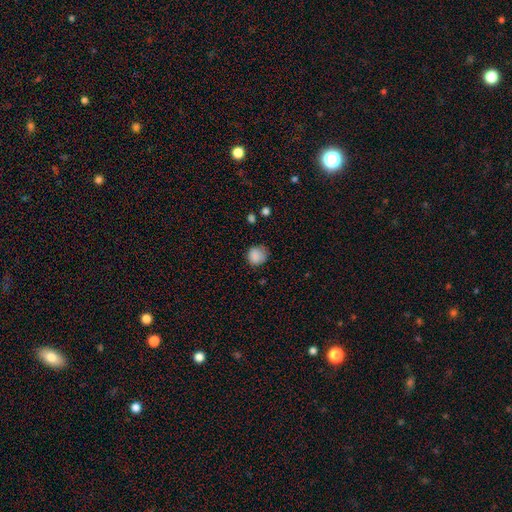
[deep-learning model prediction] Overall: smooth (86%). How rounded: round (82%). Merging: none (69%).